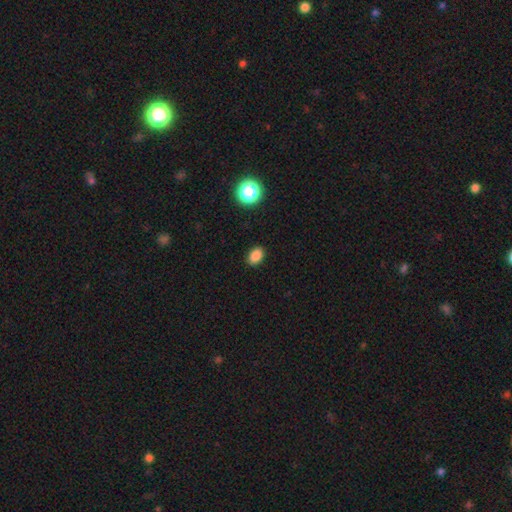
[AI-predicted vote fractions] Overall: smooth (85%). How rounded: in between (78%). Merging: none (89%).